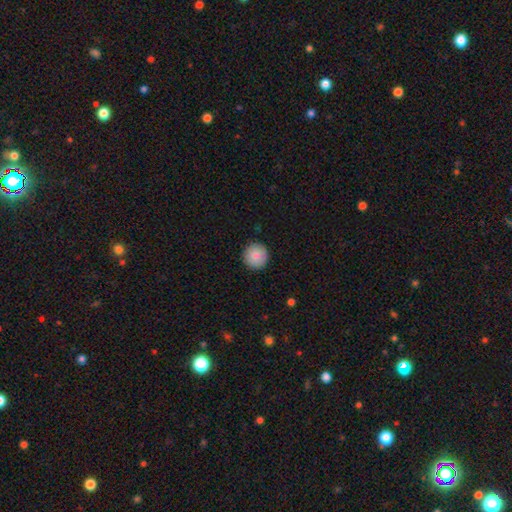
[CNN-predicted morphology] Smooth or featured? smooth (89%)
How rounded? round (96%)
Merging? none (92%)